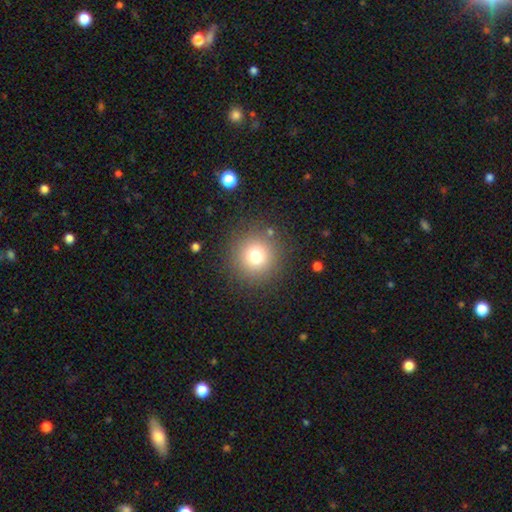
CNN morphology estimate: Overall: smooth (75%). How rounded: round (96%). Merging: none (88%).